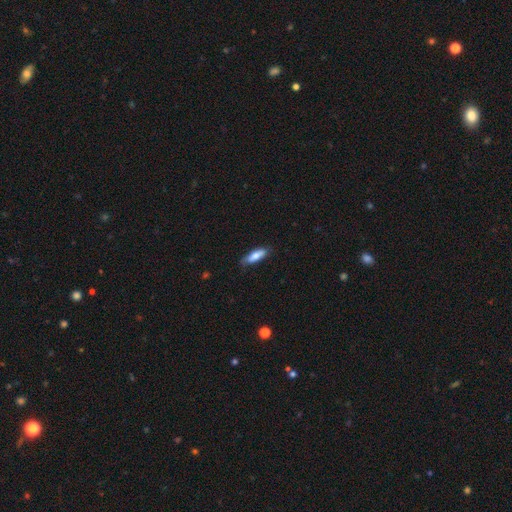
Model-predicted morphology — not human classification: This is likely a smooth galaxy (74%). How rounded: possibly cigar-shaped (51%). Merging: likely none (78%).